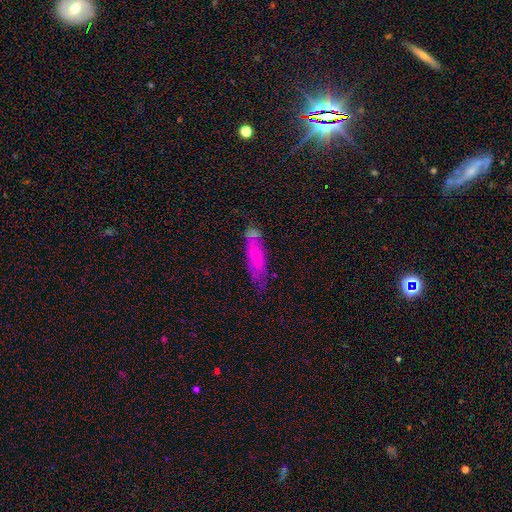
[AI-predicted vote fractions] A smooth galaxy with no disk features (57%) that is cigar-shaped (62%). Merging: none (55%).